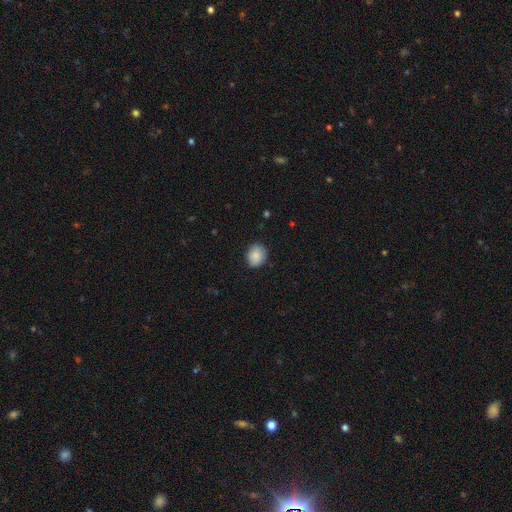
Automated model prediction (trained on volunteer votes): Smooth or featured? smooth (87%)
How rounded? round (59%)
Merging? none (84%)